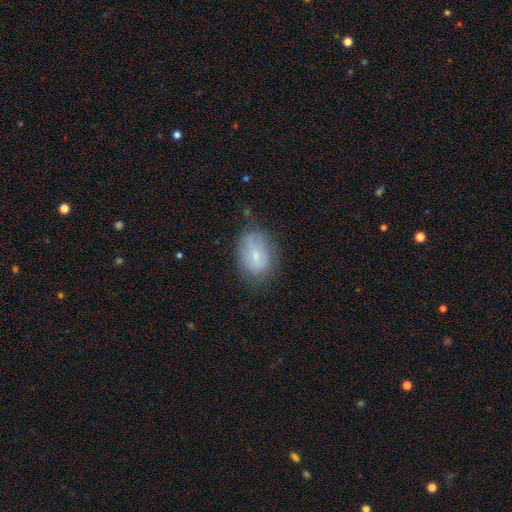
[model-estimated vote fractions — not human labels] smooth-or-featured: smooth: 64% | featured or disk: 27% | star or artifact: 9%
  how-rounded: in between: 82% | round: 17% | cigar-shaped: 2%
  merging: none: 68% | minor disturbance: 23% | major disturbance: 7% | merger: 2%